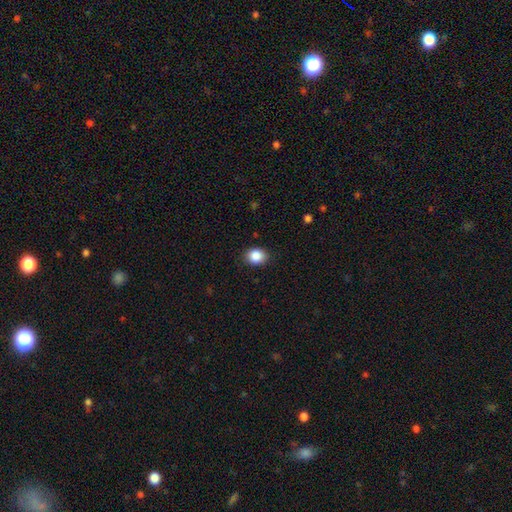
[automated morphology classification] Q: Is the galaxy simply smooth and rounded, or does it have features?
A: smooth — 87%.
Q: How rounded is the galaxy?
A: round — 54%.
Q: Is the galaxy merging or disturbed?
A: none — 87%.